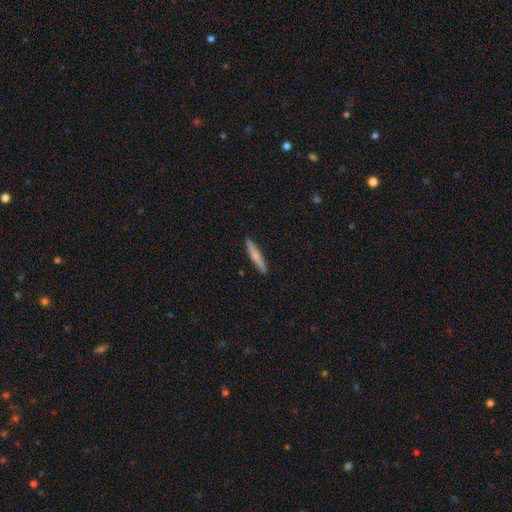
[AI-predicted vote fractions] Morphology: type=smooth (67%); roundness=cigar-shaped (93%); merging=none (91%).